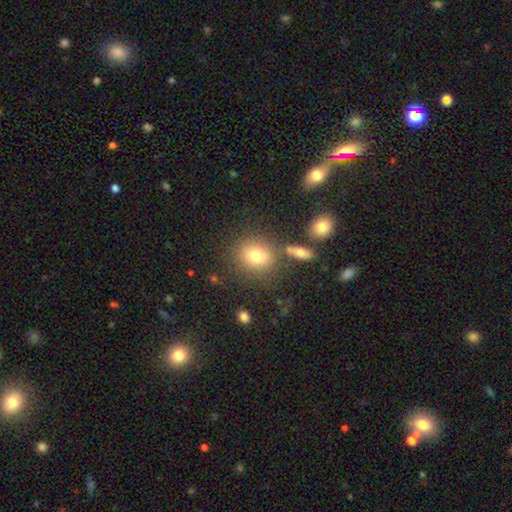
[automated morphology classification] Smooth or featured?
  - smooth: 76% *
  - star or artifact: 13%
  - featured or disk: 11%
How rounded?
  - round: 67% *
  - in between: 31%
  - cigar-shaped: 2%
Merging?
  - none: 75% *
  - minor disturbance: 12%
  - merger: 8%
  - major disturbance: 4%